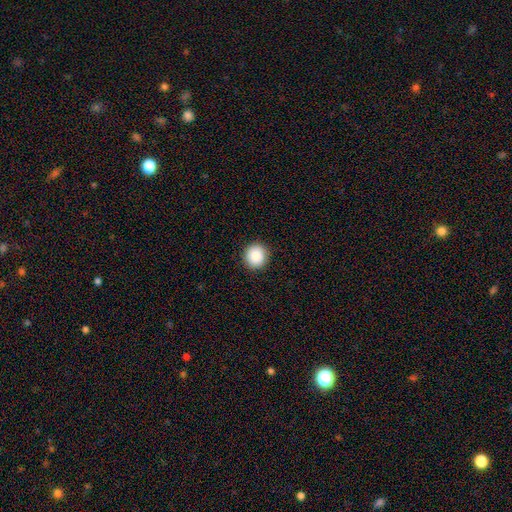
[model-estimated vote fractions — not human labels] A smooth galaxy with no disk features (88%) that is round (91%). Merging: none (92%).